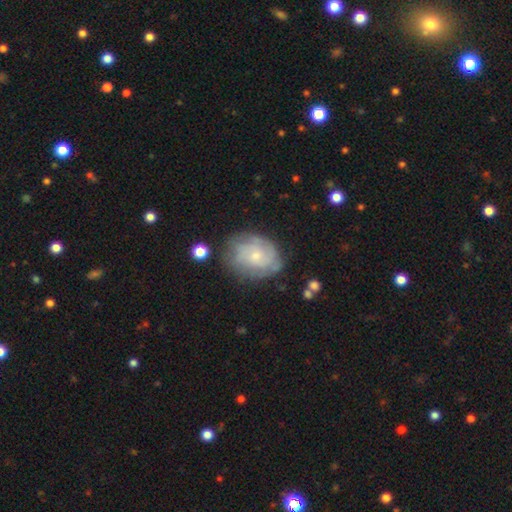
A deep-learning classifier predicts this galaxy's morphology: This is likely a featured or disk galaxy (60%). It is clearly not viewed edge-on (97%). Bar: likely no (79%). Spiral arm pattern: likely yes (78%). Central bulge: likely small (67%). Merging: likely none (67%).